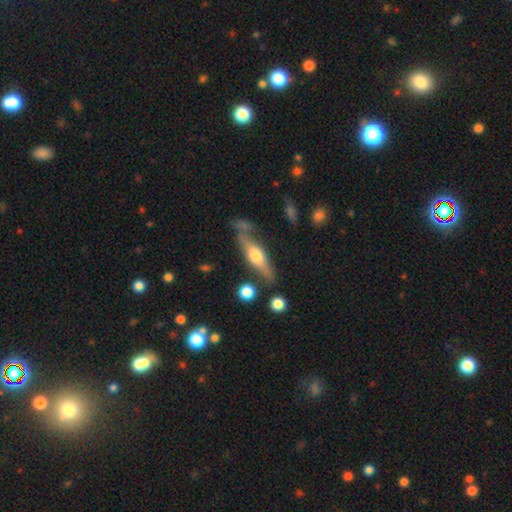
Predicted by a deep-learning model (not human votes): This appears to be a featured or disk galaxy (59%) viewed edge-on (82%). Merging: none (59%).